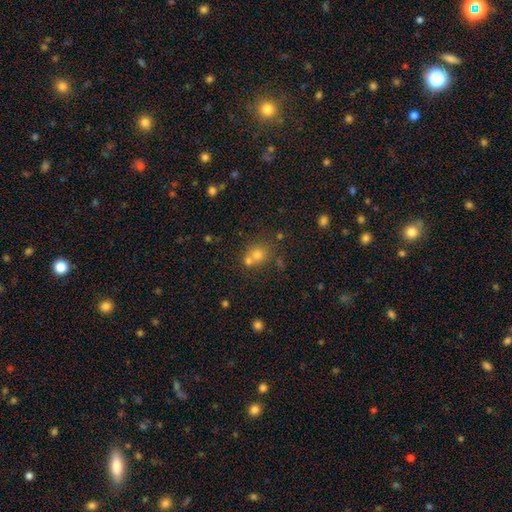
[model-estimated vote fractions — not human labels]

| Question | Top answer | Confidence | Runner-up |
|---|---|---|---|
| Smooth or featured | smooth | 70% | star or artifact (17%) |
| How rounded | round | 78% | in between (21%) |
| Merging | none | 46% | merger (42%) |